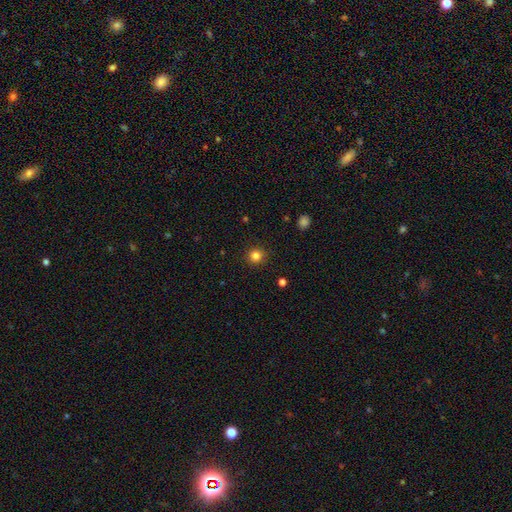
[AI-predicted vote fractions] Smooth or featured?
  - smooth: 83% *
  - star or artifact: 12%
  - featured or disk: 5%
How rounded?
  - round: 92% *
  - in between: 7%
  - cigar-shaped: 1%
Merging?
  - none: 91% *
  - minor disturbance: 6%
  - major disturbance: 2%
  - merger: 1%